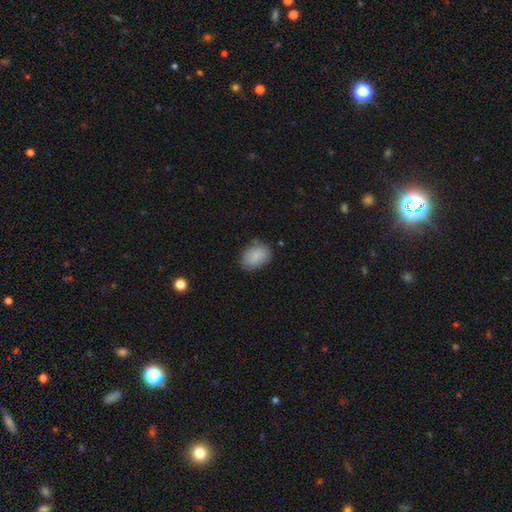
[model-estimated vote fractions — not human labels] A smooth galaxy with no disk features (86%) that is in between round and cigar-shaped (77%).

Vote fractions:
- Smooth or featured? smooth: 86% / featured or disk: 7% / star or artifact: 7%
- How rounded? in between: 77% / round: 22% / cigar-shaped: 1%
- Merging? none: 77% / minor disturbance: 17% / major disturbance: 4% / merger: 2%